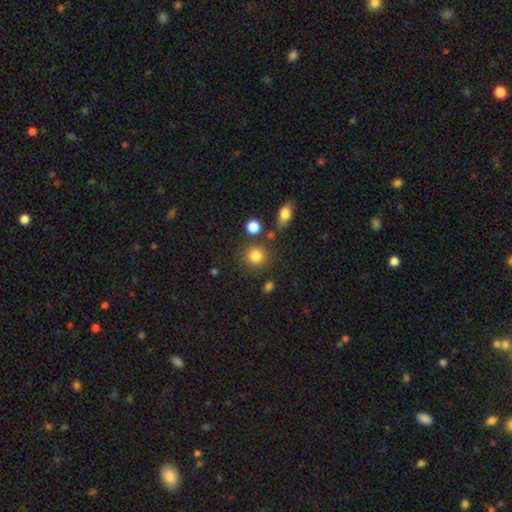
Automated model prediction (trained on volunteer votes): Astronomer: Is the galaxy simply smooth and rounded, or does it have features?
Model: smooth — 82%.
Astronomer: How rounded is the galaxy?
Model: round — 88%.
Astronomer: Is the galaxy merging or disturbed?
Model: none — 78%.